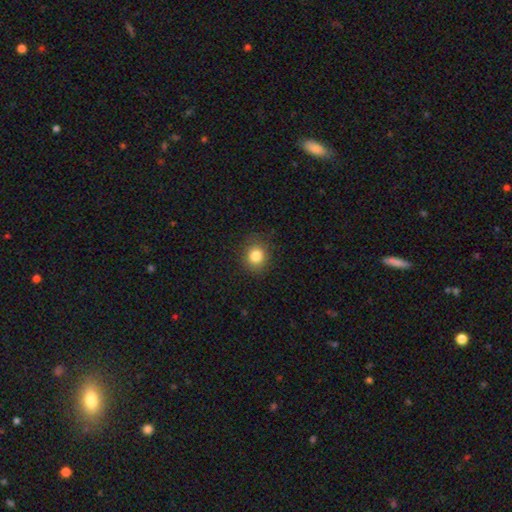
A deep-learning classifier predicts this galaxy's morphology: Overall: smooth (82%). How rounded: round (79%). Merging: none (87%).